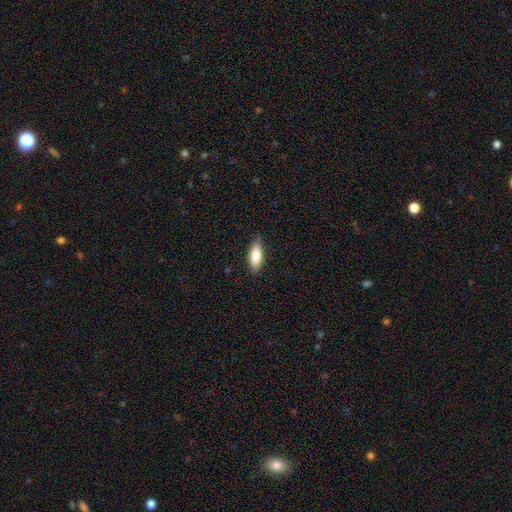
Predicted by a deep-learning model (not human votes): Smooth or featured? smooth (82%)
How rounded? in between (70%)
Merging? none (80%)